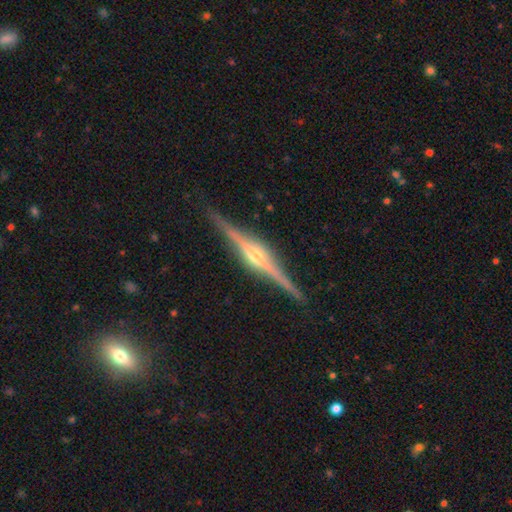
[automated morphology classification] Smooth or featured: featured or disk — 88% (smooth — 6%)
Edge-on disk: yes — 98% (no — 2%)
Edge-on bulge: rounded — 81% (boxy — 14%)
Merging: none — 90% (minor disturbance — 7%)